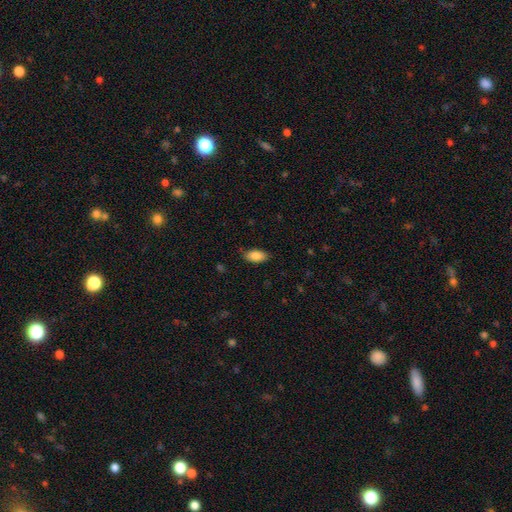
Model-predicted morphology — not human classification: A smooth galaxy with no disk features (84%) that is in between round and cigar-shaped (91%).

Vote fractions:
- Smooth or featured? smooth: 84% / featured or disk: 9% / star or artifact: 7%
- How rounded? in between: 91% / cigar-shaped: 5% / round: 3%
- Merging? none: 85% / minor disturbance: 12% / major disturbance: 2% / merger: 1%